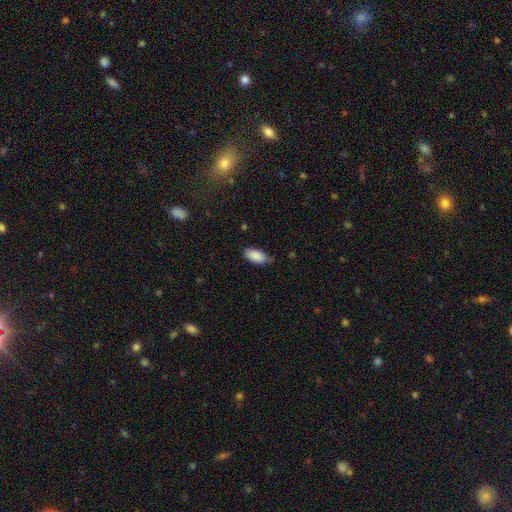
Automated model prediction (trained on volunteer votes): Smooth or featured: smooth — 89% (star or artifact — 6%)
How rounded: in between — 93% (cigar-shaped — 5%)
Merging: none — 69% (minor disturbance — 25%)